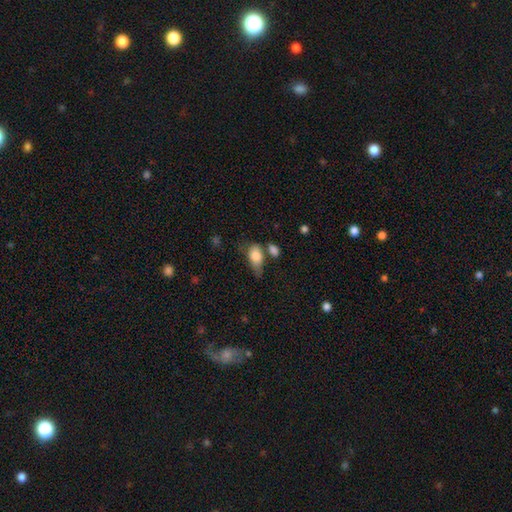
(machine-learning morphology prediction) Smooth or featured?
  - smooth: 81% *
  - featured or disk: 12%
  - star or artifact: 7%
How rounded?
  - in between: 88% *
  - round: 6%
  - cigar-shaped: 6%
Merging?
  - none: 39% *
  - minor disturbance: 29%
  - merger: 18%
  - major disturbance: 14%